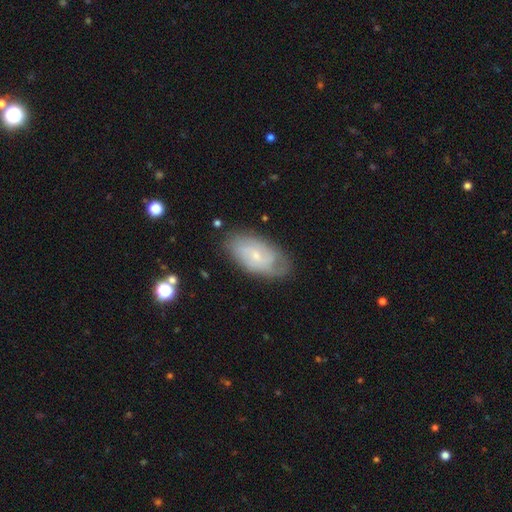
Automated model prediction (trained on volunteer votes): Smooth or featured? featured or disk (58%)
Edge-on disk? no (93%)
Bar? no (63%)
Spiral arms? yes (80%)
Bulge size? small (72%)
Merging? none (72%)